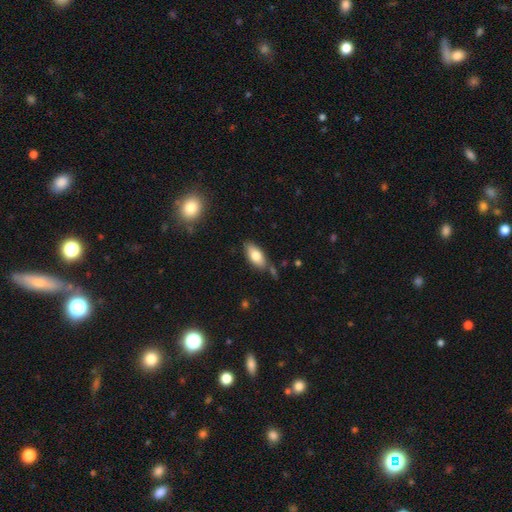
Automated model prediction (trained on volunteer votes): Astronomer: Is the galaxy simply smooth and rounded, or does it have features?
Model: smooth — 77%.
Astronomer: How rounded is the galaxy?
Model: in between — 87%.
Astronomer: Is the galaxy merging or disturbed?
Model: none — 75%.